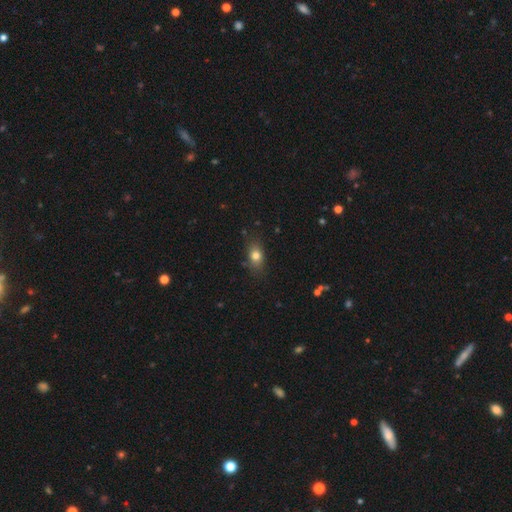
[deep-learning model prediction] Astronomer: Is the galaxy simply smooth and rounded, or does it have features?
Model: smooth — 78%.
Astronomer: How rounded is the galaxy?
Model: in between — 74%.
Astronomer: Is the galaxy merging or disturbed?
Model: none — 79%.